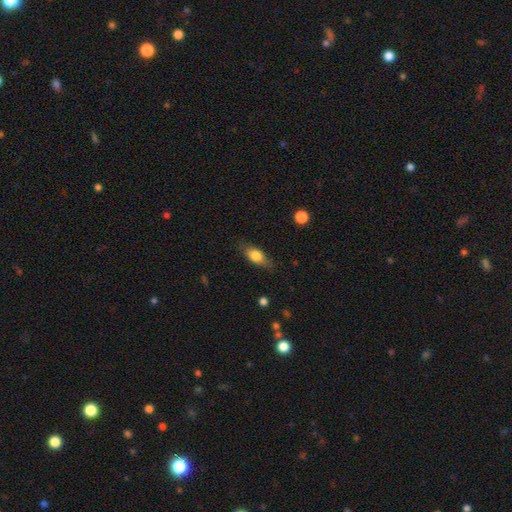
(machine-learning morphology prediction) smooth-or-featured: smooth: 72% | featured or disk: 21% | star or artifact: 7%
  how-rounded: in between: 77% | cigar-shaped: 18% | round: 5%
  merging: none: 77% | minor disturbance: 17% | major disturbance: 4% | merger: 1%